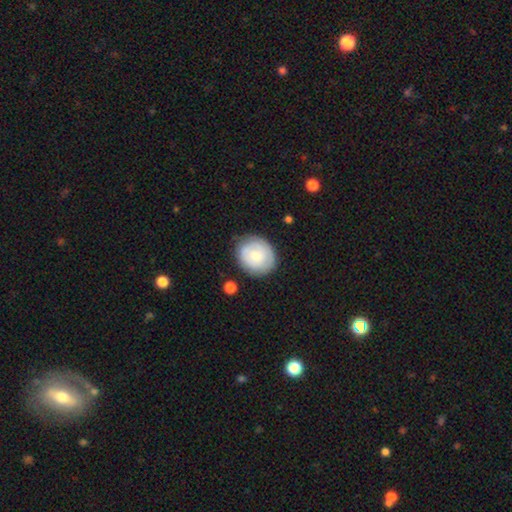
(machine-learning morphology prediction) A smooth galaxy with no disk features (58%) that is round (81%). Merging: none (77%).